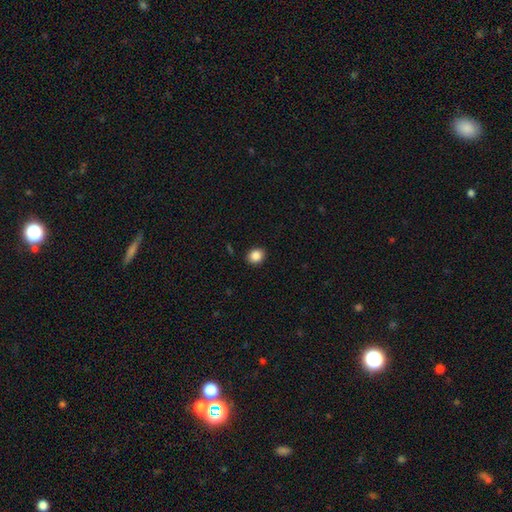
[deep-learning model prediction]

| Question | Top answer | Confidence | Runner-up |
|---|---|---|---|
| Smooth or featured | smooth | 87% | star or artifact (9%) |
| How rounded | round | 61% | in between (38%) |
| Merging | none | 90% | minor disturbance (7%) |